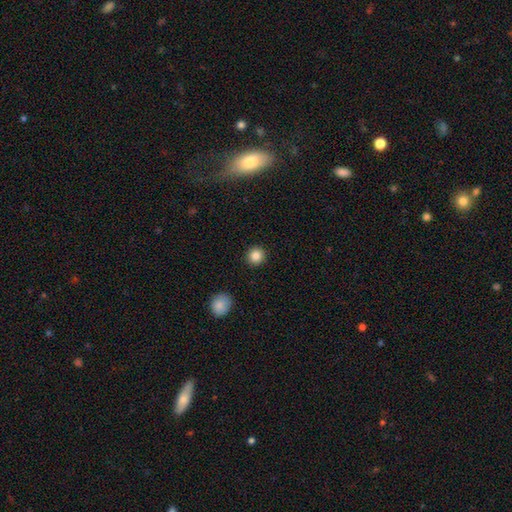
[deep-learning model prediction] Q: Smooth or featured?
A: smooth (86%); runner-up: star or artifact (10%)
Q: How rounded?
A: round (94%); runner-up: in between (5%)
Q: Merging?
A: none (92%); runner-up: minor disturbance (5%)